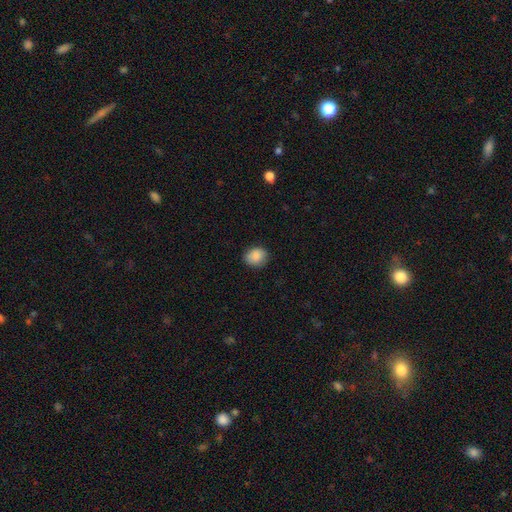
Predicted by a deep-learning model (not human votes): Smooth or featured? Predicted: smooth (p=0.88). How rounded? Predicted: round (p=0.61). Merging? Predicted: none (p=0.84).